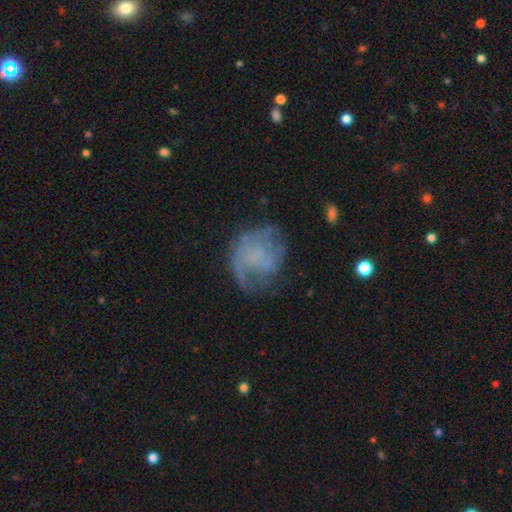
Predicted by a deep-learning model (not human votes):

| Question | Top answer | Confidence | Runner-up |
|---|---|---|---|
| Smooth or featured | featured or disk | 60% | smooth (29%) |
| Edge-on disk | no | 98% | yes (2%) |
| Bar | no | 82% | weak (15%) |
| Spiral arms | yes | 66% | no (34%) |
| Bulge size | none | 68% | small (19%) |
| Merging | none | 48% | major disturbance (27%) |